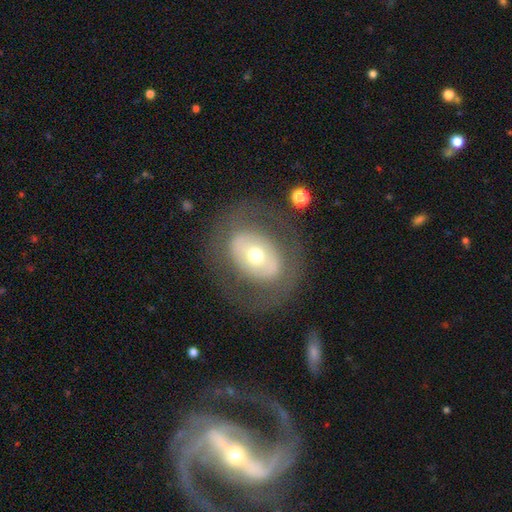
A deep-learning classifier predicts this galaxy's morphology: featured or disk 53%, smooth 39%, star or artifact 8%. Down the decision tree: edge-on disk — no (93%); merging — none (76%).